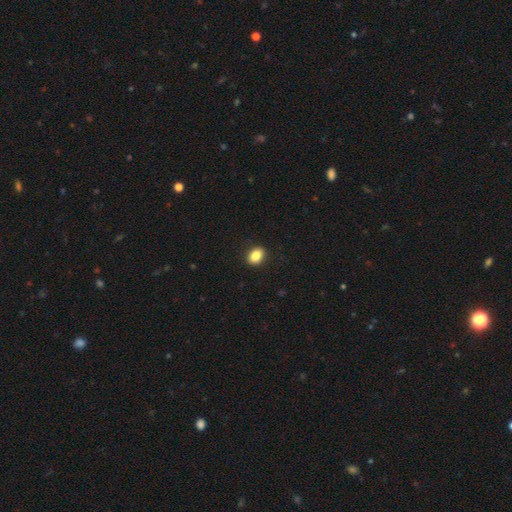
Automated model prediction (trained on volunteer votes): A smooth galaxy with no disk features (86%) that is in between round and cigar-shaped (67%).

Vote fractions:
- Smooth or featured? smooth: 86% / star or artifact: 9% / featured or disk: 5%
- How rounded? in between: 67% / round: 32% / cigar-shaped: 1%
- Merging? none: 90% / minor disturbance: 7% / major disturbance: 2% / merger: 1%